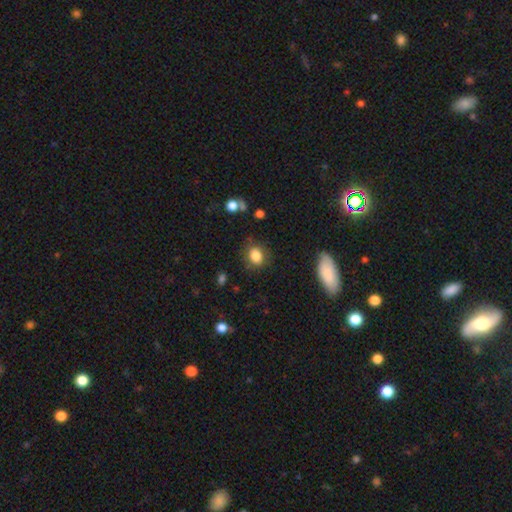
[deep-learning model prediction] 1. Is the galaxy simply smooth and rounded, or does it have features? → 84% smooth, 9% star or artifact, 7% featured or disk.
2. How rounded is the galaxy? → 53% round, 45% in between, 1% cigar-shaped.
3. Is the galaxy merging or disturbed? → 78% none, 15% minor disturbance, 5% major disturbance, 2% merger.